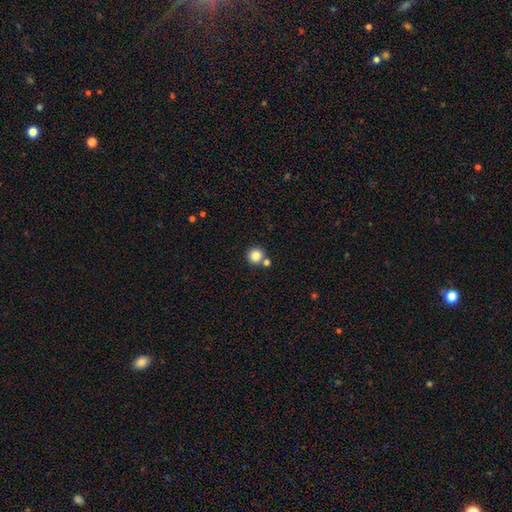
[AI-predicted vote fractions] This appears to be a smooth galaxy with no disk features (83%) that is round (94%). Merging: none (73%).